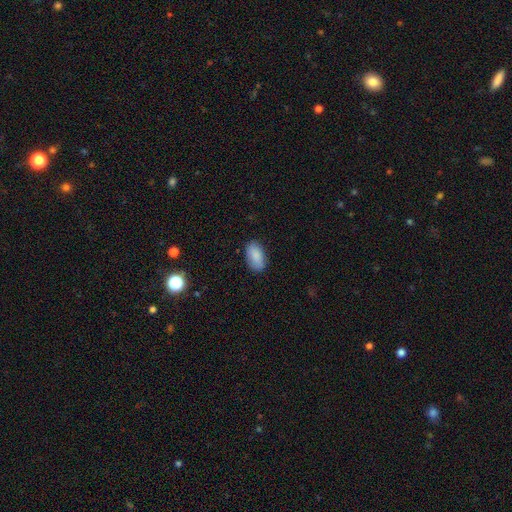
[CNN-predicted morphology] Smooth or featured?
  - smooth: 88% *
  - star or artifact: 7%
  - featured or disk: 5%
How rounded?
  - in between: 94% *
  - round: 4%
  - cigar-shaped: 3%
Merging?
  - none: 85% *
  - minor disturbance: 12%
  - major disturbance: 3%
  - merger: 1%